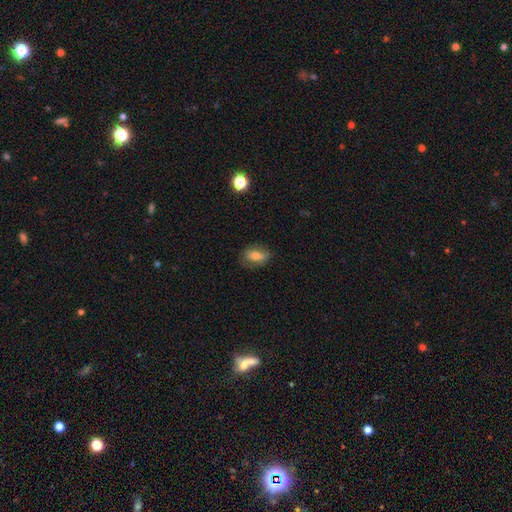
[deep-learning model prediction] smooth 64%, featured or disk 28%, star or artifact 9%. Down the decision tree: how rounded — in between (81%); merging — none (71%).